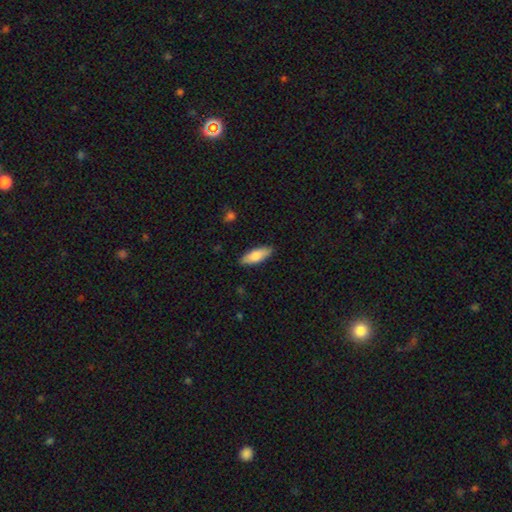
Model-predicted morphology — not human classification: Smooth or featured? smooth (75%)
How rounded? in between (69%)
Merging? none (88%)